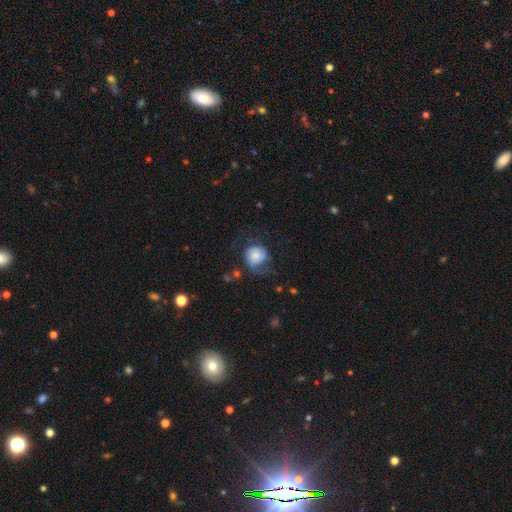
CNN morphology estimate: smooth_or_featured: smooth (p=0.57) [alt: featured or disk p=0.35]
how_rounded: round (p=0.79) [alt: in between p=0.21]
merging: none (p=0.49) [alt: minor disturbance p=0.24]